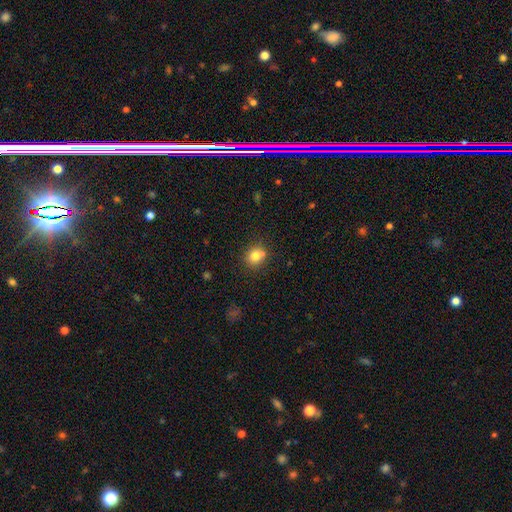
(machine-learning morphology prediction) This is likely a smooth galaxy (79%). How rounded: likely round (77%). Merging: likely none (69%).